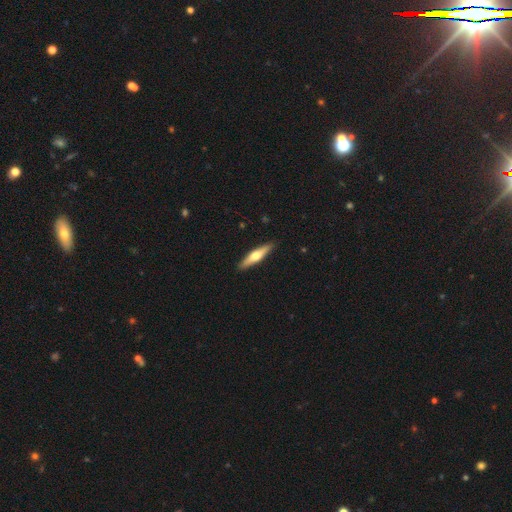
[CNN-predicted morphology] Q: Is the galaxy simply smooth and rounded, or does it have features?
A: featured or disk — 49%.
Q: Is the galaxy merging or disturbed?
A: none — 90%.